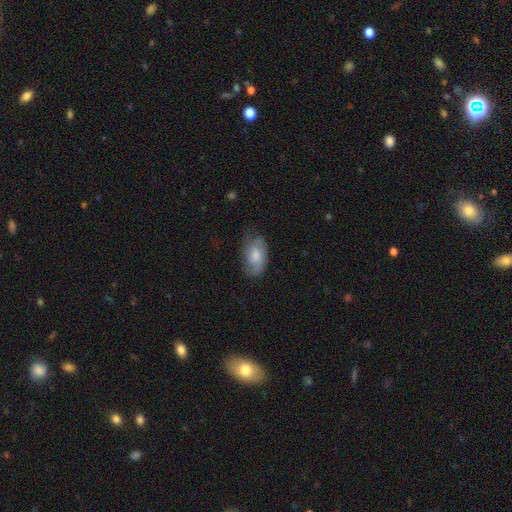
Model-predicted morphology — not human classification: A smooth galaxy with no disk features (59%) that is in between round and cigar-shaped (92%).

Vote fractions:
- Smooth or featured? smooth: 59% / featured or disk: 34% / star or artifact: 7%
- How rounded? in between: 92% / round: 5% / cigar-shaped: 3%
- Merging? none: 57% / minor disturbance: 30% / major disturbance: 12% / merger: 1%